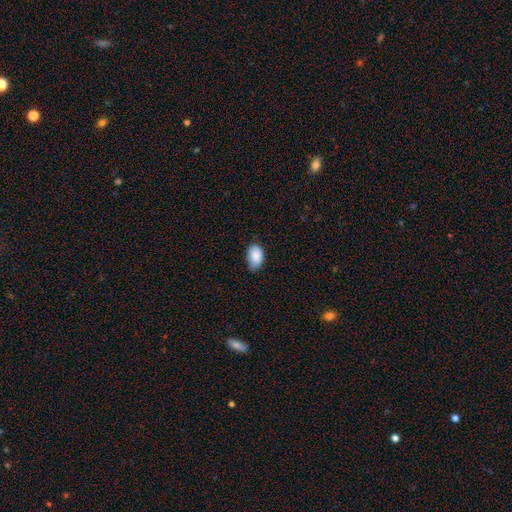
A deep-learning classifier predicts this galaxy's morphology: smooth-or-featured: smooth: 87% | star or artifact: 7% | featured or disk: 5%
  how-rounded: in between: 89% | round: 10% | cigar-shaped: 1%
  merging: none: 64% | minor disturbance: 30% | major disturbance: 4% | merger: 1%